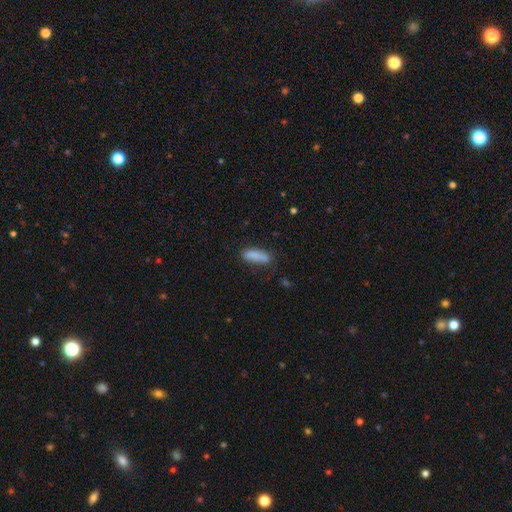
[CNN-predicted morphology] smooth 86%, featured or disk 7%, star or artifact 7%. Down the decision tree: how rounded — cigar-shaped (49%, tied with in between); merging — none (71%).